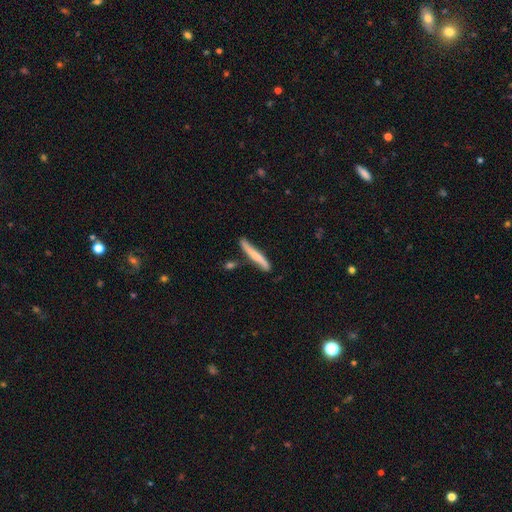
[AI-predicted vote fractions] Smooth or featured? smooth (53%)
How rounded? cigar-shaped (94%)
Merging? none (72%)